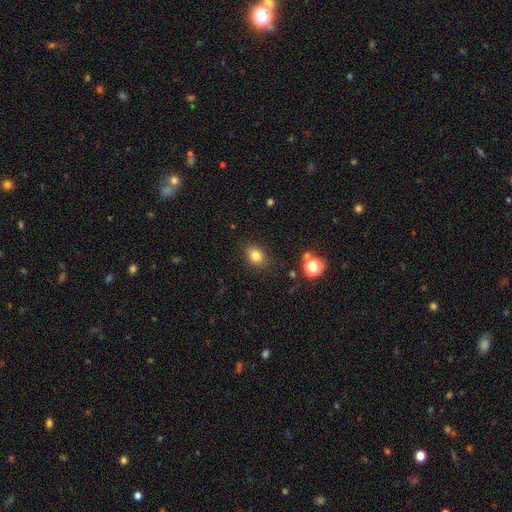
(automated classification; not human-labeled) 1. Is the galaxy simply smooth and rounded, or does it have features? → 80% smooth, 13% star or artifact, 7% featured or disk.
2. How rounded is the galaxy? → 54% in between, 44% round, 1% cigar-shaped.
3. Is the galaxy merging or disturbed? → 84% none, 11% minor disturbance, 3% major disturbance, 2% merger.